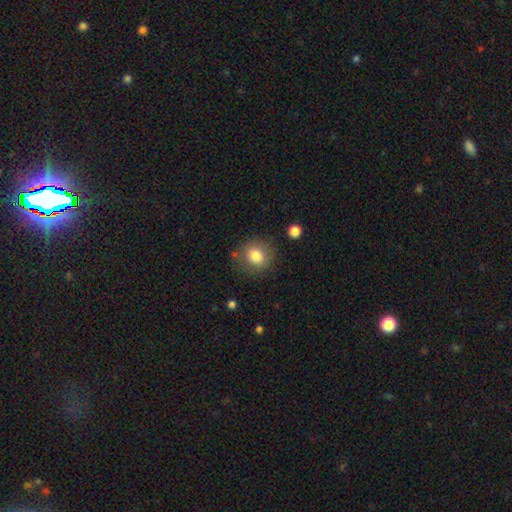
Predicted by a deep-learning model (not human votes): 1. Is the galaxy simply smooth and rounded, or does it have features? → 82% smooth, 9% star or artifact, 9% featured or disk.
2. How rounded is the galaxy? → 77% round, 22% in between, 1% cigar-shaped.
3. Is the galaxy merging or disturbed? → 79% none, 13% minor disturbance, 5% major disturbance, 3% merger.